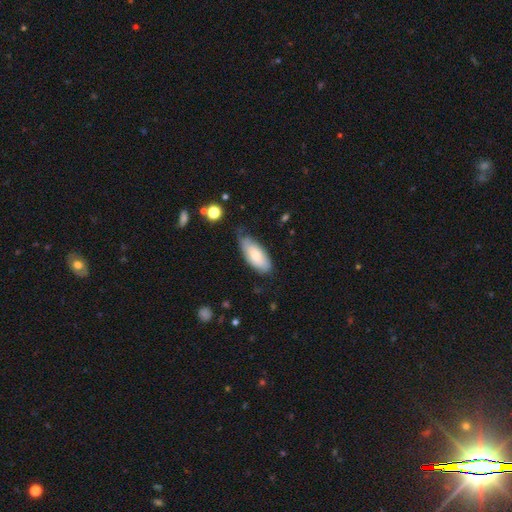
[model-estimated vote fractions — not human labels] Smooth or featured?
  - smooth: 69% *
  - featured or disk: 25%
  - star or artifact: 6%
How rounded?
  - in between: 86% *
  - cigar-shaped: 12%
  - round: 2%
Merging?
  - none: 57% *
  - minor disturbance: 33%
  - major disturbance: 7%
  - merger: 2%